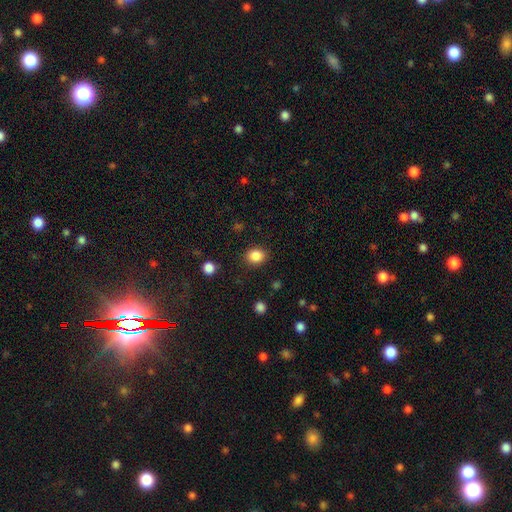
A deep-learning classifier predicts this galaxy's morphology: Smooth or featured?
  - smooth: 86% *
  - star or artifact: 10%
  - featured or disk: 4%
How rounded?
  - round: 57% *
  - in between: 42%
  - cigar-shaped: 1%
Merging?
  - none: 87% *
  - minor disturbance: 9%
  - major disturbance: 3%
  - merger: 1%